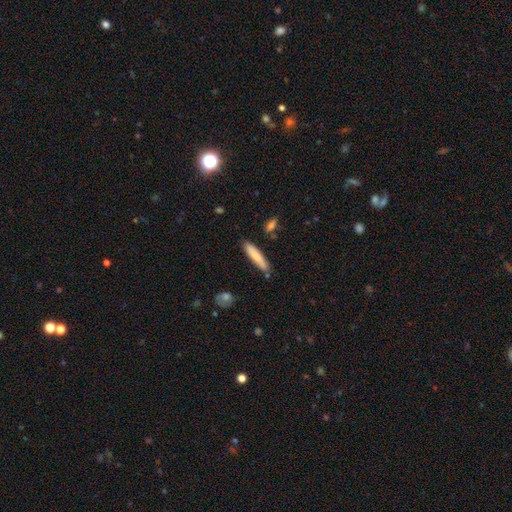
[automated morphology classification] This is likely a smooth galaxy (78%). How rounded: clearly cigar-shaped (87%). Merging: likely none (79%).